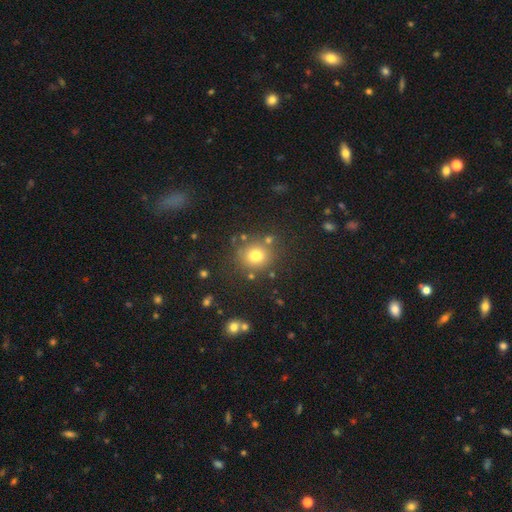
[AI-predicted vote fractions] smooth 76%, star or artifact 15%, featured or disk 9%. Down the decision tree: how rounded — round (86%); merging — none (79%).